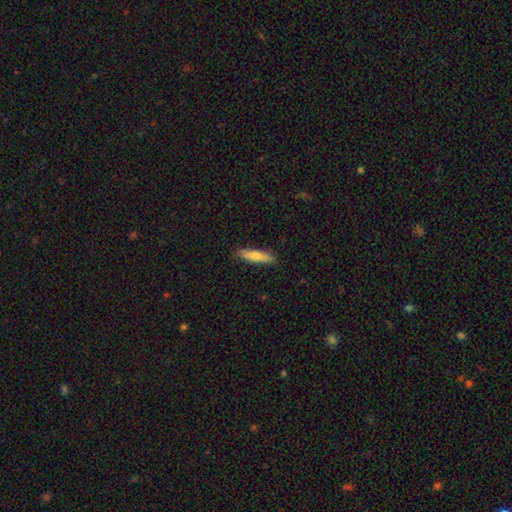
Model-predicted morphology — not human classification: Smooth or featured?
  - smooth: 67% *
  - featured or disk: 27%
  - star or artifact: 6%
How rounded?
  - cigar-shaped: 80% *
  - in between: 19%
  - round: 2%
Merging?
  - none: 89% *
  - minor disturbance: 8%
  - major disturbance: 2%
  - merger: 1%